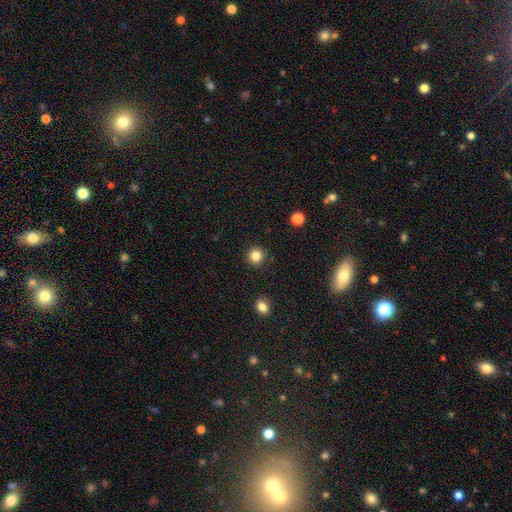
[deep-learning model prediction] smooth 83%, star or artifact 12%, featured or disk 5%. Down the decision tree: how rounded — round (94%); merging — none (91%).